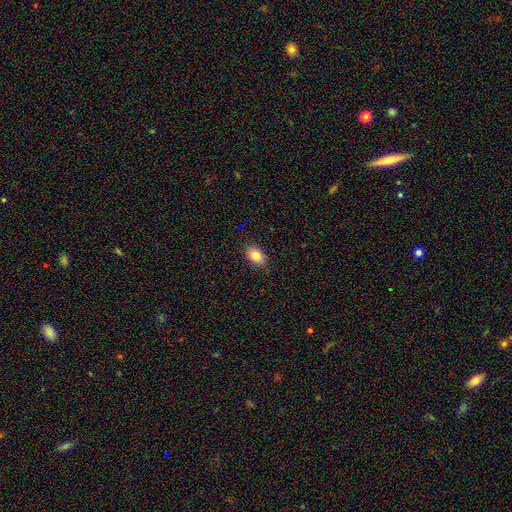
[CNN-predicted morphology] Smooth or featured? smooth (82%)
How rounded? in between (80%)
Merging? none (87%)